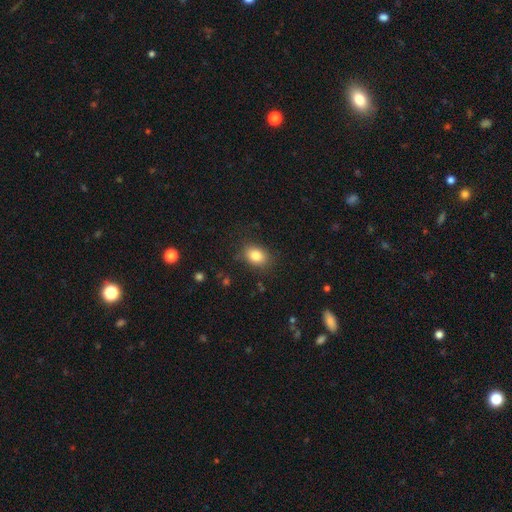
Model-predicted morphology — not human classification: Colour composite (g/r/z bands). It shows a smooth galaxy with no disk features (83%) that is in between round and cigar-shaped (73%). Merging: none (82%).